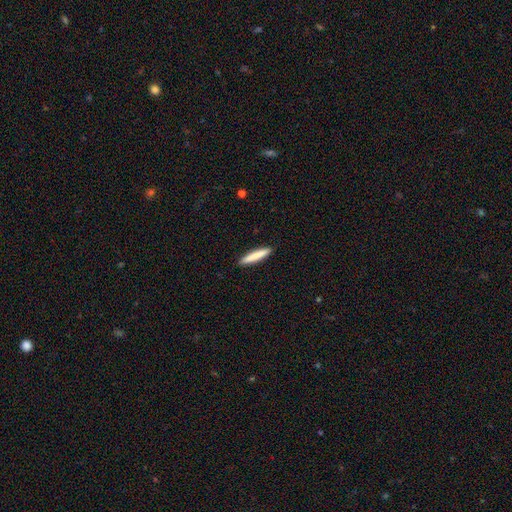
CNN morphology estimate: This appears to be a smooth galaxy with no disk features (81%) that is cigar-shaped (93%). Merging: none (92%).